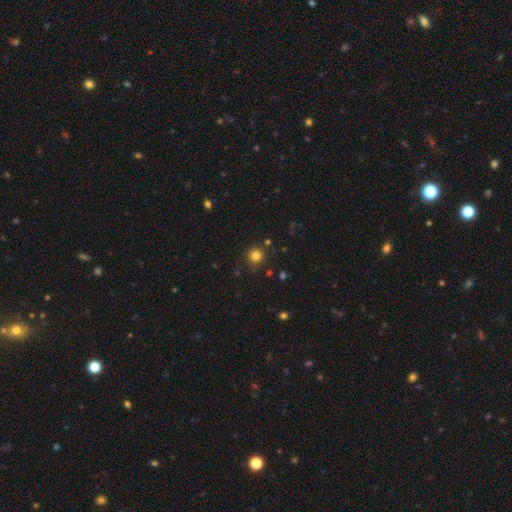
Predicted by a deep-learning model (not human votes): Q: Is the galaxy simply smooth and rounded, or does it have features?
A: smooth — 82%.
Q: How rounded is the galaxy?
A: round — 94%.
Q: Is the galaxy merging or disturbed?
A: none — 87%.